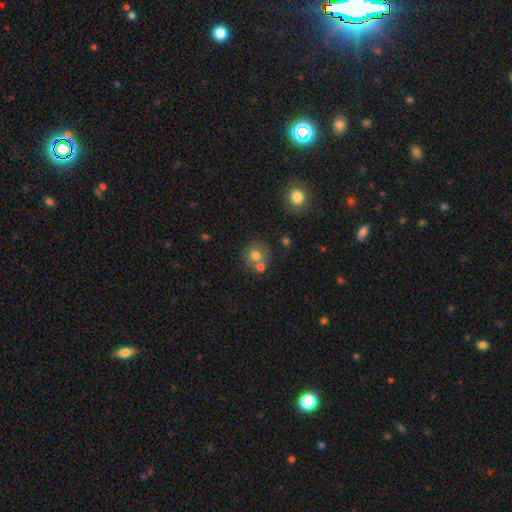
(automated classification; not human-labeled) Q: Smooth or featured?
A: smooth (72%); runner-up: featured or disk (16%)
Q: How rounded?
A: round (86%); runner-up: in between (13%)
Q: Merging?
A: none (55%); runner-up: merger (32%)